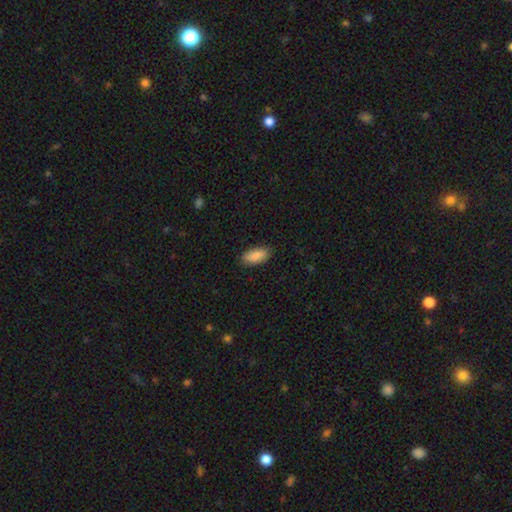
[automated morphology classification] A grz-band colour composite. It shows a smooth galaxy with no disk features (88%) that is in between round and cigar-shaped (82%). Merging: none (87%).